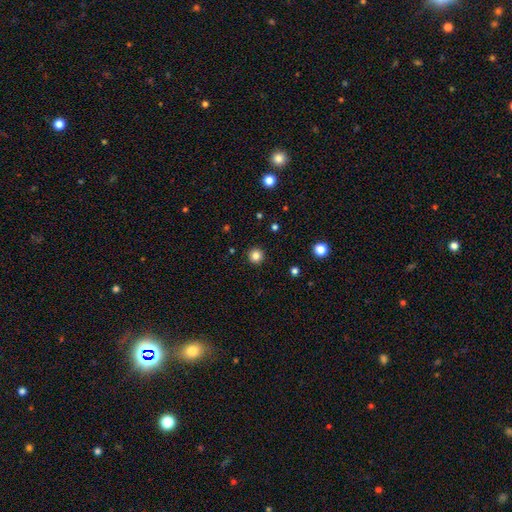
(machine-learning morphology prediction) This is clearly a smooth galaxy (83%). How rounded: clearly round (96%). Merging: clearly none (93%).